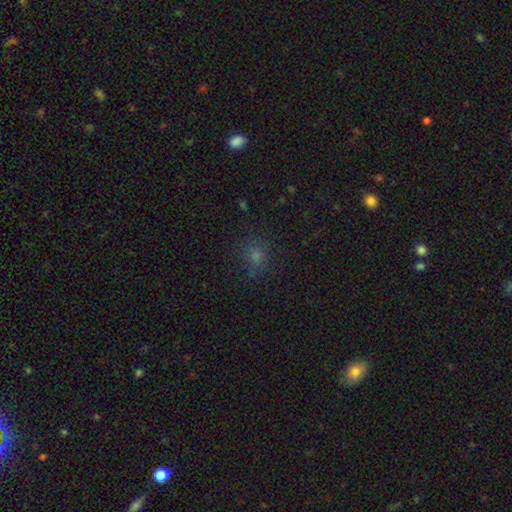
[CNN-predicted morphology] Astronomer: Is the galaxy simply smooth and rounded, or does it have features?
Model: smooth — 67%.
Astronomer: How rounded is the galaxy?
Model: round — 72%.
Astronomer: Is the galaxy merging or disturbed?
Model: none — 81%.